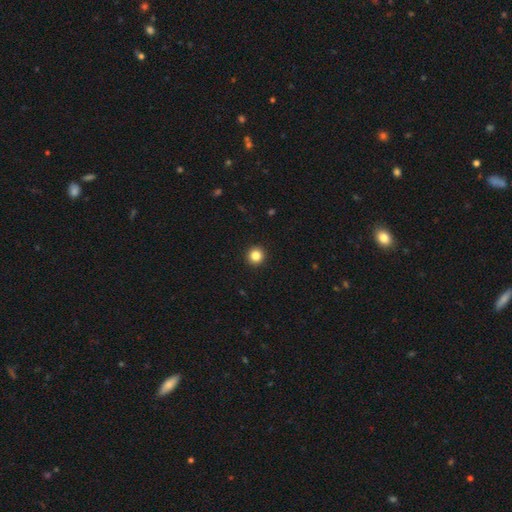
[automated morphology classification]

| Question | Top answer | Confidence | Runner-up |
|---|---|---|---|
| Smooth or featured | smooth | 84% | star or artifact (11%) |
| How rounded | round | 95% | in between (4%) |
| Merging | none | 94% | minor disturbance (4%) |